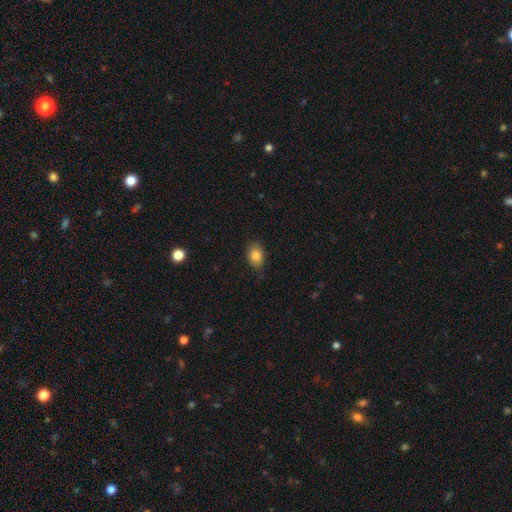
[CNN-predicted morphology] Smooth or featured: smooth — 84% (star or artifact — 9%)
How rounded: in between — 83% (round — 15%)
Merging: none — 76% (minor disturbance — 19%)